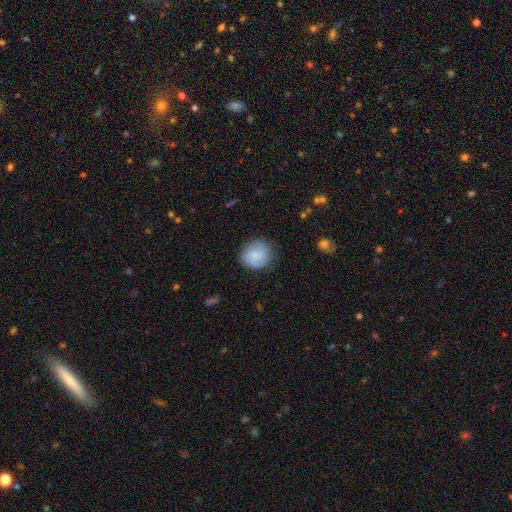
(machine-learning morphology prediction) Smooth or featured?
  - smooth: 76% *
  - featured or disk: 17%
  - star or artifact: 7%
How rounded?
  - round: 86% *
  - in between: 13%
  - cigar-shaped: 1%
Merging?
  - none: 81% *
  - minor disturbance: 14%
  - major disturbance: 4%
  - merger: 1%